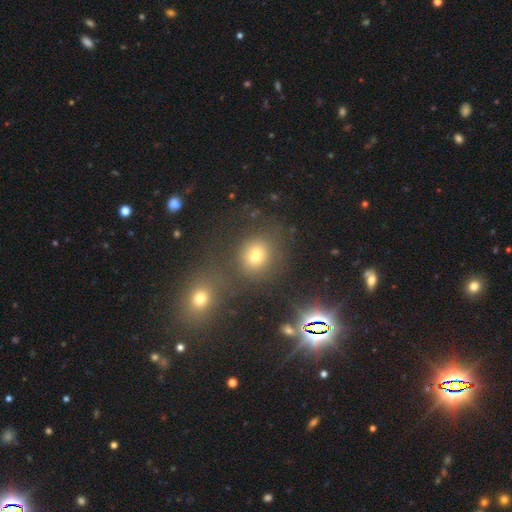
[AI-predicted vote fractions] Smooth or featured? smooth (68%)
How rounded? round (78%)
Merging? none (69%)